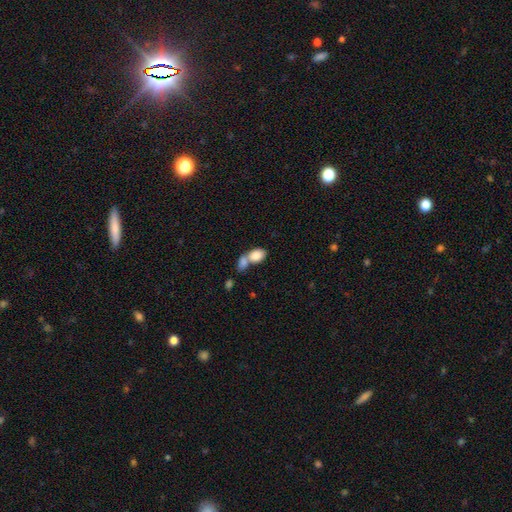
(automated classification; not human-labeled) smooth 83%, featured or disk 9%, star or artifact 7%. Down the decision tree: how rounded — in between (83%); merging — merger (66%).